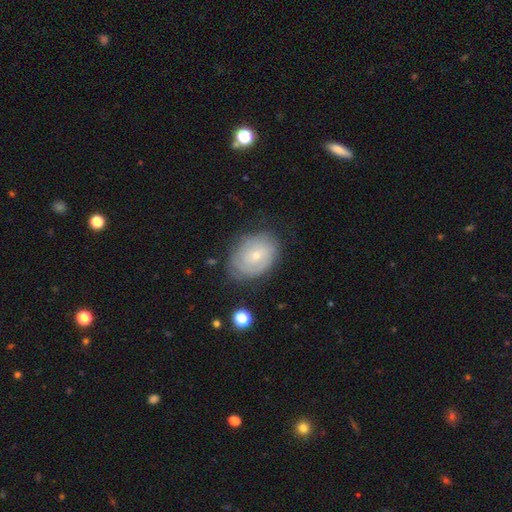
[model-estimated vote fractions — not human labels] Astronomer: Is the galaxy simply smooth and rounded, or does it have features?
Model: featured or disk — 54% (runner-up: smooth, 38%).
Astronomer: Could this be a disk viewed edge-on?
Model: no — 96%.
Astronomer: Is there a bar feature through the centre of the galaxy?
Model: no — 69%.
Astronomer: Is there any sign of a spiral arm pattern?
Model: yes — 75%.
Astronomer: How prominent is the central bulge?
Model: small — 69%.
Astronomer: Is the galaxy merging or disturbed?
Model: none — 69%.